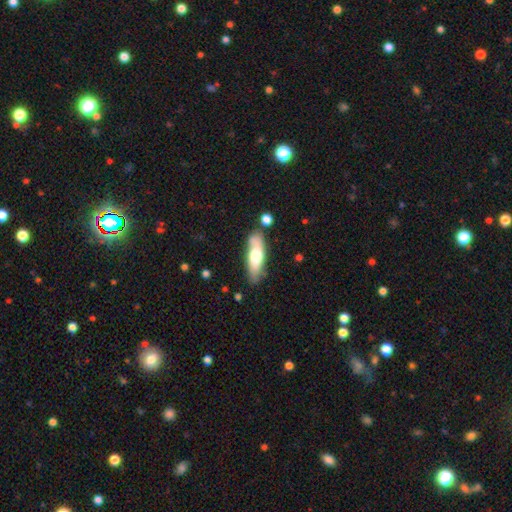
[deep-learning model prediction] The model was most divided on "how rounded": in between: 51%, cigar-shaped: 47%, round: 2%. More confident: merging — none (74%); smooth or featured — smooth (60%).